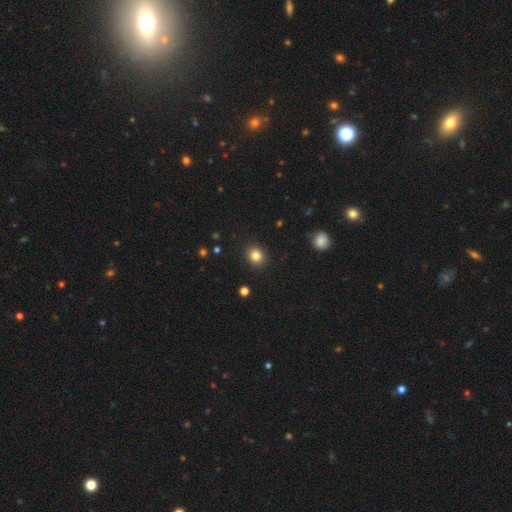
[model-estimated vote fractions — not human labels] Q: Smooth or featured?
A: smooth (83%); runner-up: star or artifact (11%)
Q: How rounded?
A: round (75%); runner-up: in between (25%)
Q: Merging?
A: none (90%); runner-up: minor disturbance (6%)